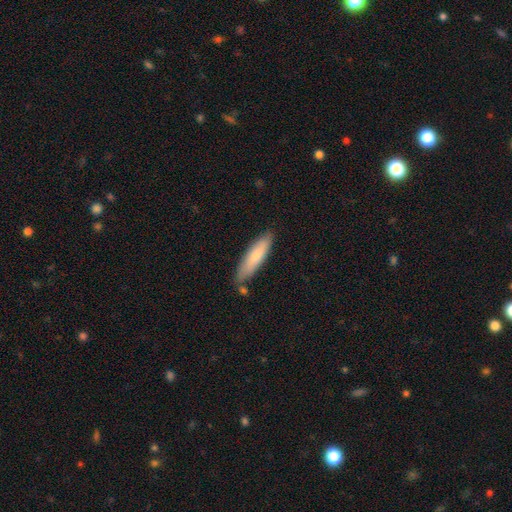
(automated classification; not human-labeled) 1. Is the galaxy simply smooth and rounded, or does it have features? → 76% smooth, 18% featured or disk, 6% star or artifact.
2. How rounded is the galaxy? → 70% cigar-shaped, 28% in between, 1% round.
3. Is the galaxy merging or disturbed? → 76% none, 16% minor disturbance, 6% merger, 3% major disturbance.